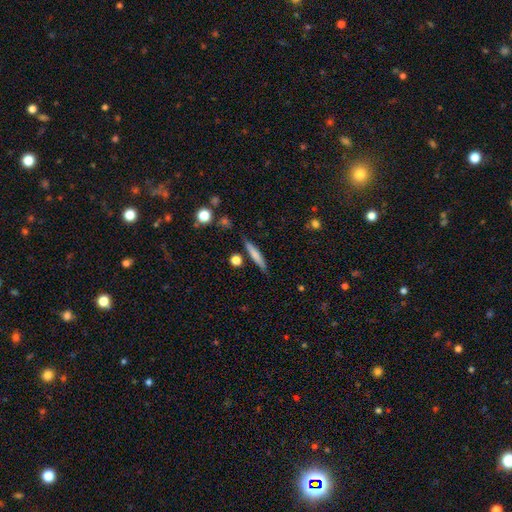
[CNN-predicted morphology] smooth 68%, featured or disk 25%, star or artifact 7%. Down the decision tree: how rounded — cigar-shaped (92%); merging — none (81%).